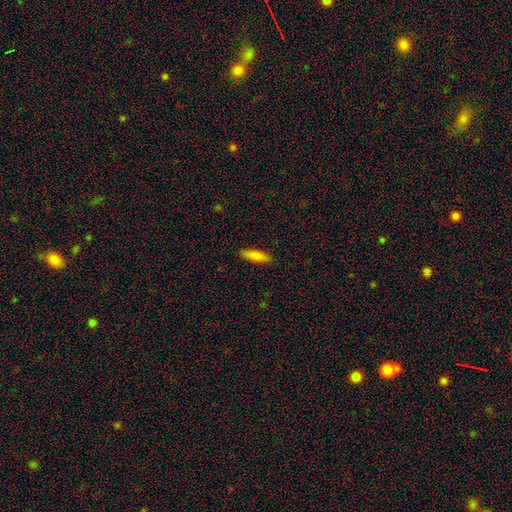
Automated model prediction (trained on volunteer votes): Smooth or featured? smooth (85%)
How rounded? cigar-shaped (61%)
Merging? none (89%)